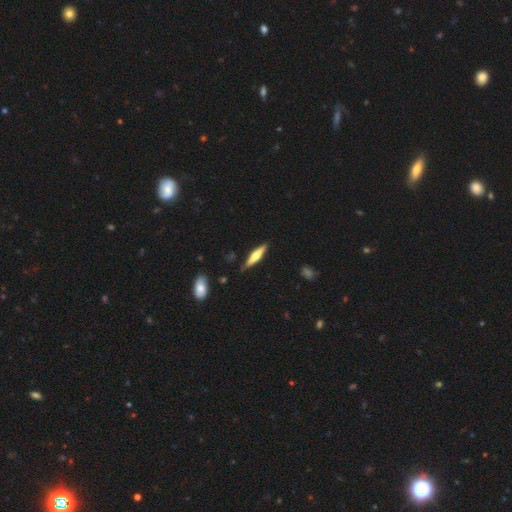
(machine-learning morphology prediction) Smooth or featured? smooth (52%)
How rounded? cigar-shaped (84%)
Merging? none (85%)